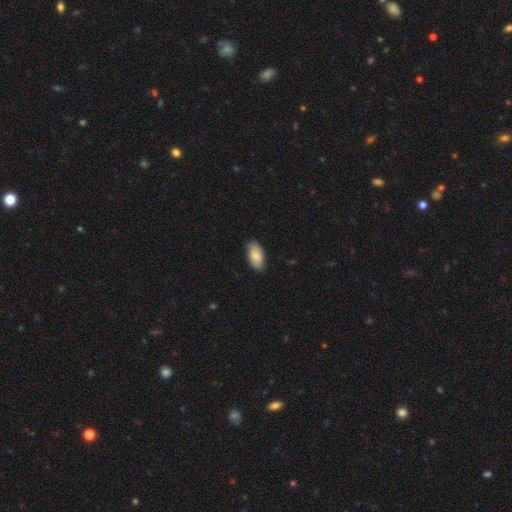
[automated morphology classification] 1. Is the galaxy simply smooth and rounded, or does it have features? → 86% smooth, 8% featured or disk, 6% star or artifact.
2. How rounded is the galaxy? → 93% in between, 5% cigar-shaped, 2% round.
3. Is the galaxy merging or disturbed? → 85% none, 12% minor disturbance, 2% major disturbance, 1% merger.